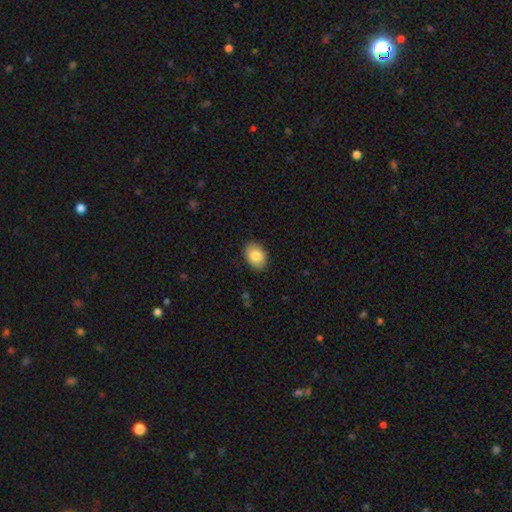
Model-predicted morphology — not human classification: This is clearly a smooth galaxy (85%). How rounded: likely in between (79%). Merging: clearly none (88%).